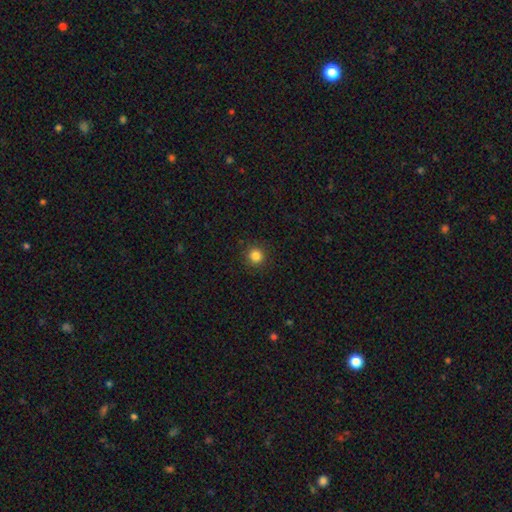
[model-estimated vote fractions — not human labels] Smooth or featured? Predicted: smooth (p=0.84). How rounded? Predicted: round (p=0.94). Merging? Predicted: none (p=0.91).